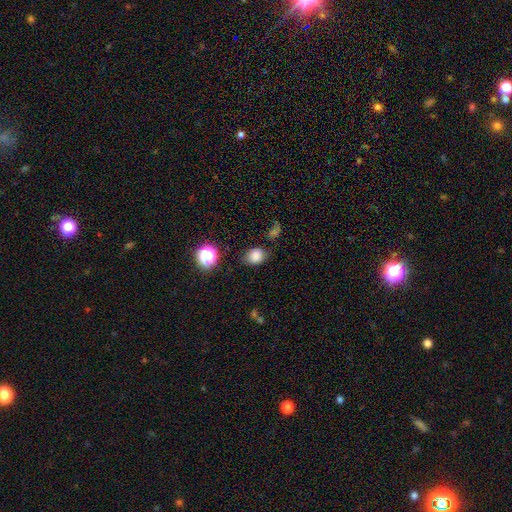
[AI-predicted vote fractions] Q: Smooth or featured?
A: smooth (81%); runner-up: star or artifact (13%)
Q: How rounded?
A: in between (52%); runner-up: round (47%)
Q: Merging?
A: none (72%); runner-up: minor disturbance (18%)